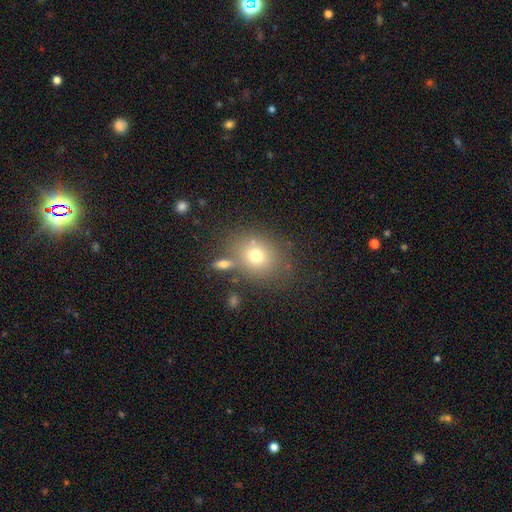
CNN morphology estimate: This is likely a smooth galaxy (72%). How rounded: possibly round (58%). Merging: likely none (67%).